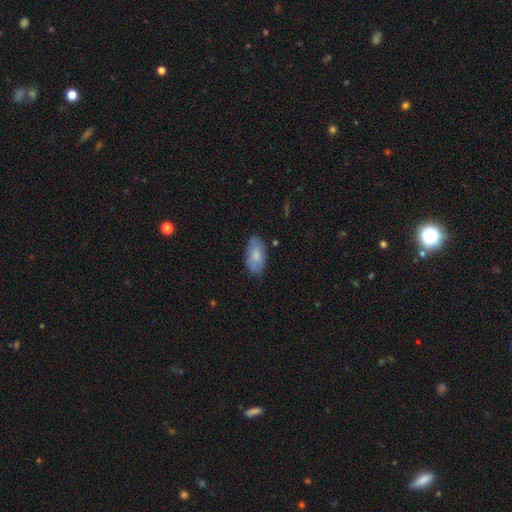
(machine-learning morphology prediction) type=smooth (74%); roundness=in between (94%); merging=none (75%).